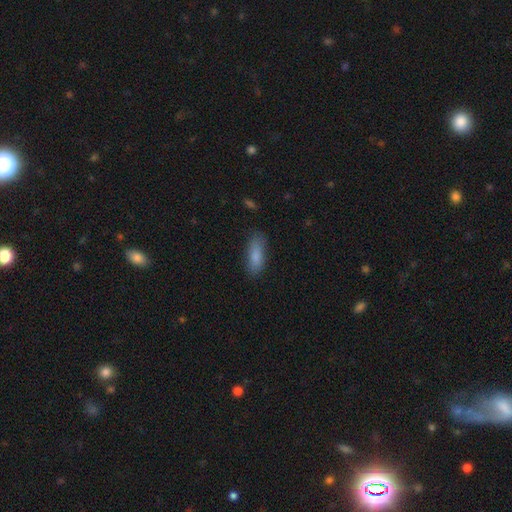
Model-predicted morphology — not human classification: smooth 85%, featured or disk 8%, star or artifact 7%. Down the decision tree: how rounded — in between (66%); merging — none (77%).